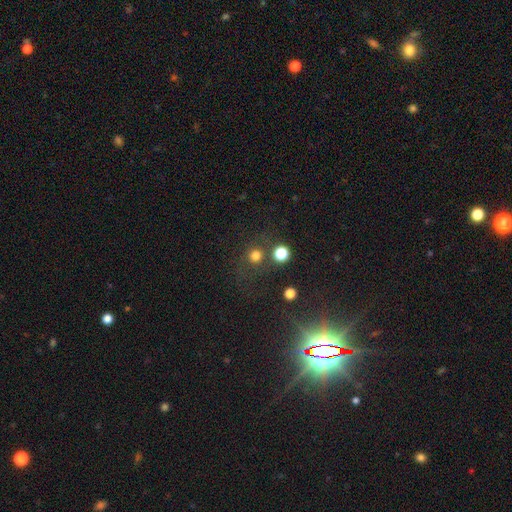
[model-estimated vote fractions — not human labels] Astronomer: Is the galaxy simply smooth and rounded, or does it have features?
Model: smooth — 73%.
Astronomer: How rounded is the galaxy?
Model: round — 89%.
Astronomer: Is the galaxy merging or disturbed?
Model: none — 69%.